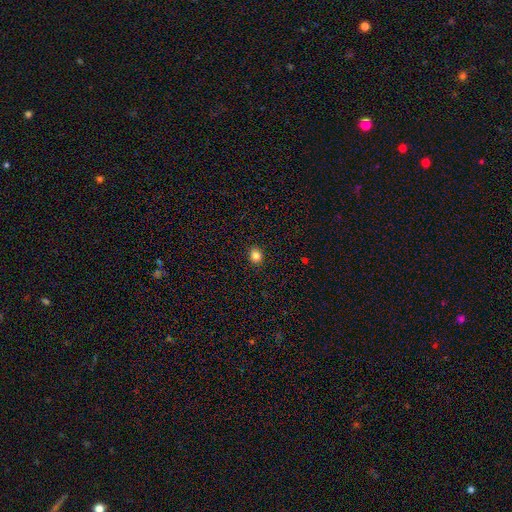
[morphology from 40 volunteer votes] Q: Smooth or featured?
A: smooth (82%); runner-up: star or artifact (12%)
Q: How rounded?
A: round (97%); runner-up: in between (3%)
Q: Merging?
A: none (94%); runner-up: minor disturbance (6%)